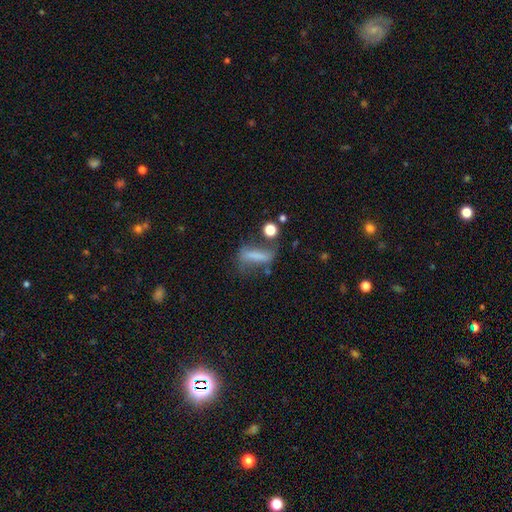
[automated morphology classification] A smooth galaxy with no disk features (55%) that is cigar-shaped (55%).

Vote fractions:
- Smooth or featured? smooth: 55% / featured or disk: 31% / star or artifact: 14%
- How rounded? cigar-shaped: 55% / in between: 39% / round: 7%
- Merging? none: 42% / minor disturbance: 24% / major disturbance: 23% / merger: 11%